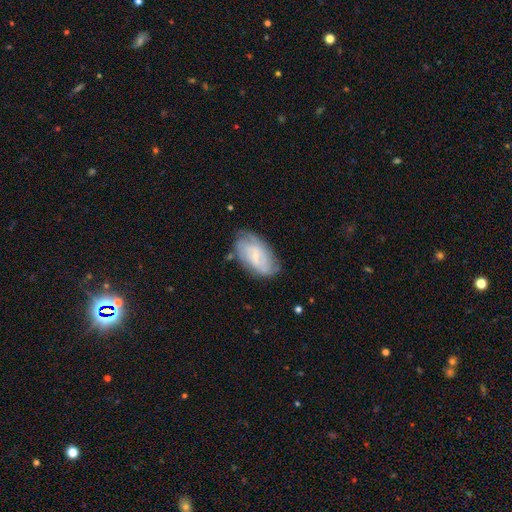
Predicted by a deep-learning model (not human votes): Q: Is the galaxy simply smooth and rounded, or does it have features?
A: featured or disk — 64%.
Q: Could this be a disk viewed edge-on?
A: no — 96%.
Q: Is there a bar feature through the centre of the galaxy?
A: weak — 52%.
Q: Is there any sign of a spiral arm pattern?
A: yes — 85%.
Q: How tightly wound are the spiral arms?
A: tight — 48%.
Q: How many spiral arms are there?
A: can't tell — 42%.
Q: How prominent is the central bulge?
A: small — 69%.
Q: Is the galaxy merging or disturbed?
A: none — 68%.